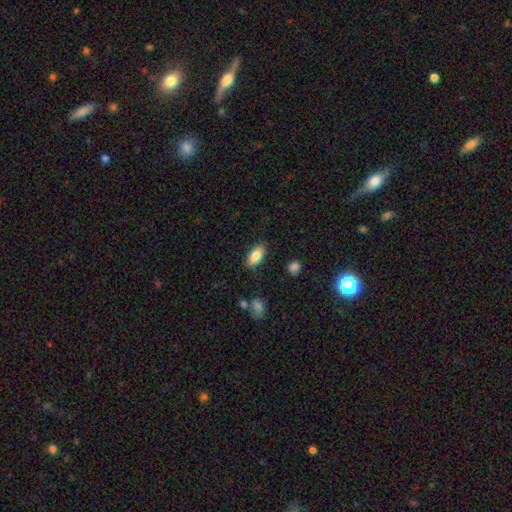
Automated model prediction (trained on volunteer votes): Smooth or featured?
  - smooth: 85% *
  - featured or disk: 8%
  - star or artifact: 7%
How rounded?
  - in between: 91% *
  - cigar-shaped: 6%
  - round: 3%
Merging?
  - none: 84% *
  - minor disturbance: 11%
  - major disturbance: 3%
  - merger: 2%